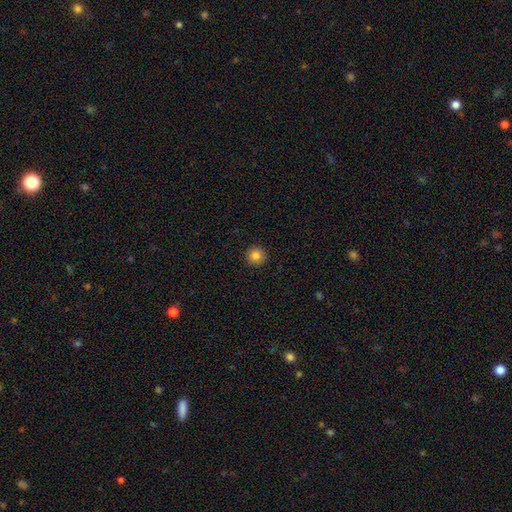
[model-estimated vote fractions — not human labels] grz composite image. It shows a smooth galaxy with no disk features (84%) that is round (95%). Merging: none (92%).